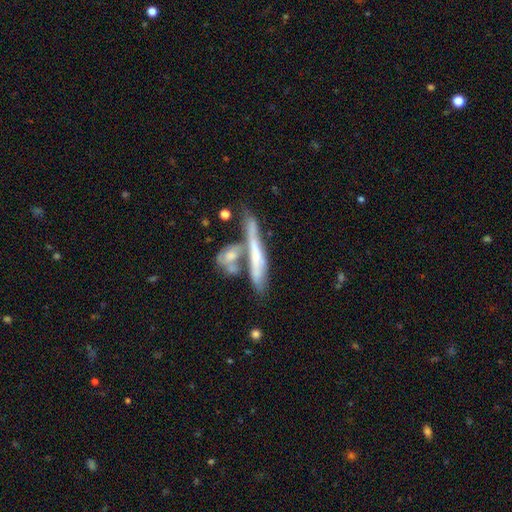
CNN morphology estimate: Q: Smooth or featured?
A: featured or disk (53%); runner-up: smooth (39%)
Q: Edge-on disk?
A: yes (74%); runner-up: no (26%)
Q: Merging?
A: merger (39%); runner-up: none (36%)